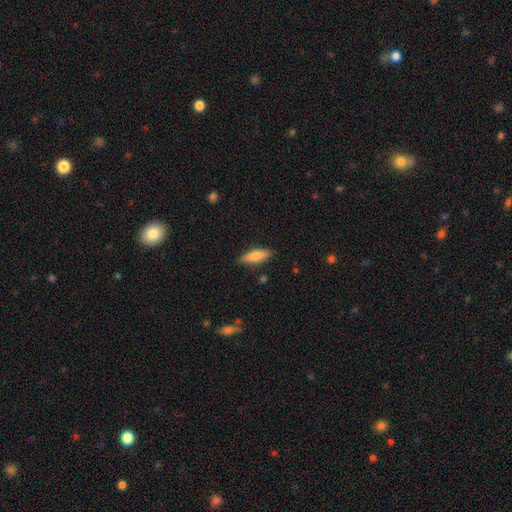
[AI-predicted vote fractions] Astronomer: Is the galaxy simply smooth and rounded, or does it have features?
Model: smooth — 73%.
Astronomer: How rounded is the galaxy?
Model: in between — 50% (runner-up: cigar-shaped, 48%).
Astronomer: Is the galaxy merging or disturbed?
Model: none — 85%.